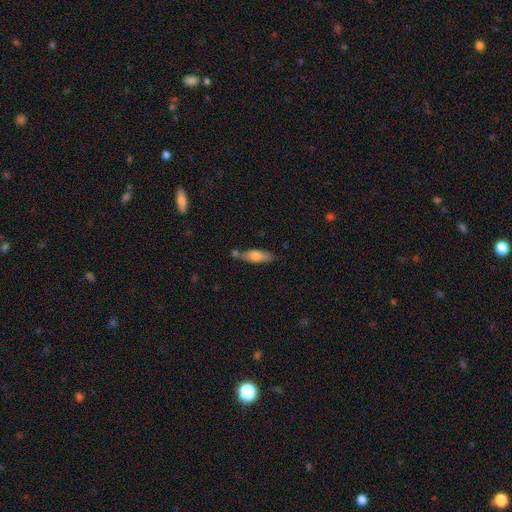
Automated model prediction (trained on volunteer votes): This appears to be a smooth galaxy with no disk features (66%) that is in between round and cigar-shaped (50%). Merging: none (62%).